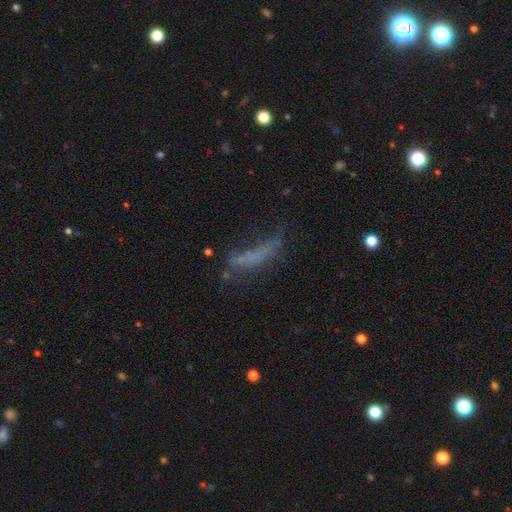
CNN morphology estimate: smooth-or-featured: smooth: 47% | featured or disk: 34% | star or artifact: 19%
  merging: none: 38% | major disturbance: 32% | minor disturbance: 24% | merger: 6%